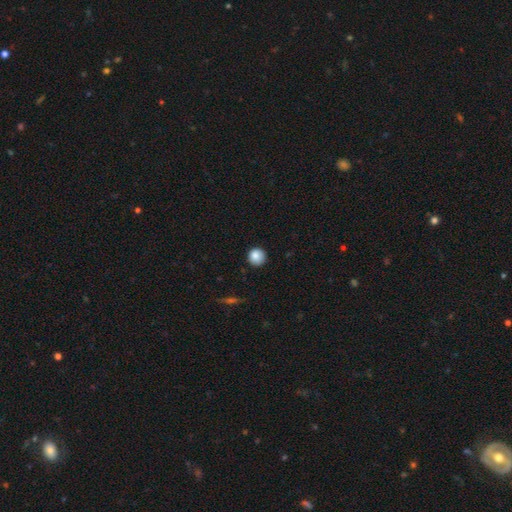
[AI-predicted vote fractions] Smooth or featured?
  - smooth: 86% *
  - star or artifact: 9%
  - featured or disk: 5%
How rounded?
  - round: 95% *
  - in between: 4%
  - cigar-shaped: 1%
Merging?
  - none: 89% *
  - minor disturbance: 8%
  - major disturbance: 2%
  - merger: 1%